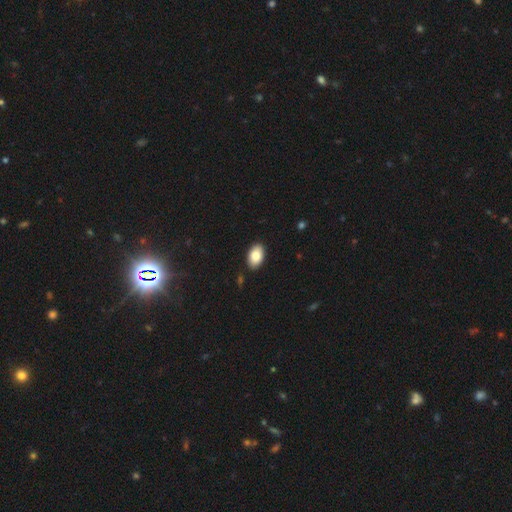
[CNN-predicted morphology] smooth_or_featured: smooth (p=0.85) [alt: featured or disk p=0.08]
how_rounded: in between (p=0.93) [alt: round p=0.06]
merging: none (p=0.89) [alt: minor disturbance p=0.08]